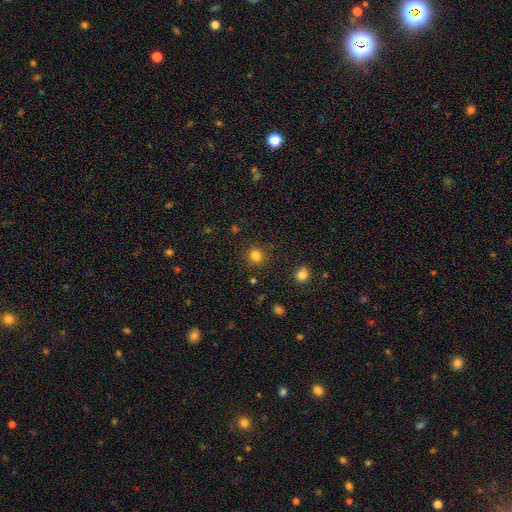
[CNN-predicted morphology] type=smooth (83%); roundness=round (91%); merging=none (89%).